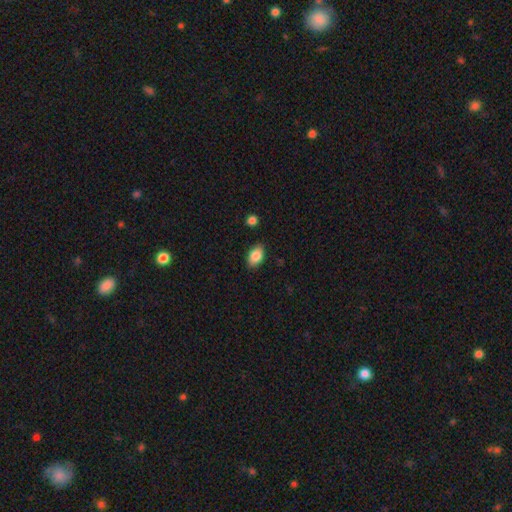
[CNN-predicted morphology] Overall: smooth (85%). How rounded: in between (90%). Merging: none (86%).